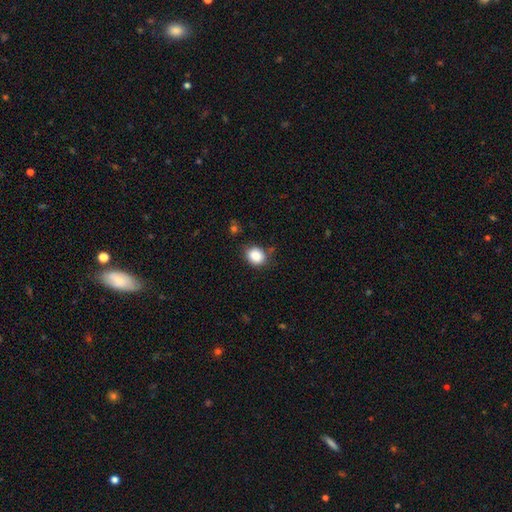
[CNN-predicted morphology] type=smooth (87%); roundness=round (56%); merging=none (78%).